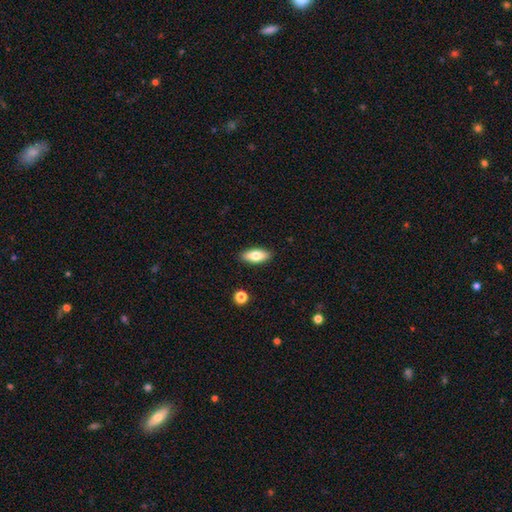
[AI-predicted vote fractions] smooth_or_featured: smooth (p=0.74) [alt: featured or disk p=0.20]
how_rounded: in between (p=0.79) [alt: cigar-shaped p=0.18]
merging: none (p=0.89) [alt: minor disturbance p=0.08]